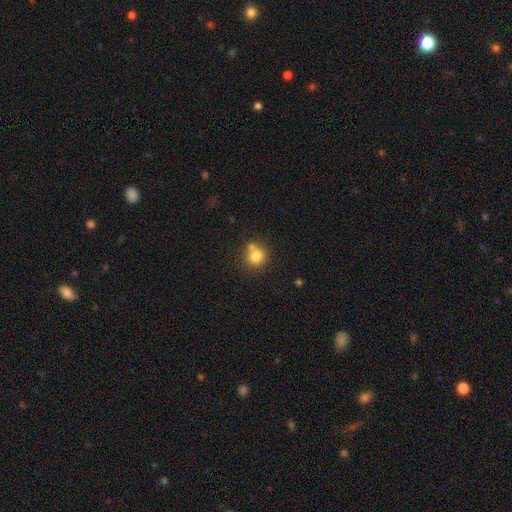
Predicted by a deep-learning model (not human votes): Q: Smooth or featured?
A: smooth (80%); runner-up: star or artifact (11%)
Q: How rounded?
A: round (87%); runner-up: in between (12%)
Q: Merging?
A: none (58%); runner-up: merger (28%)